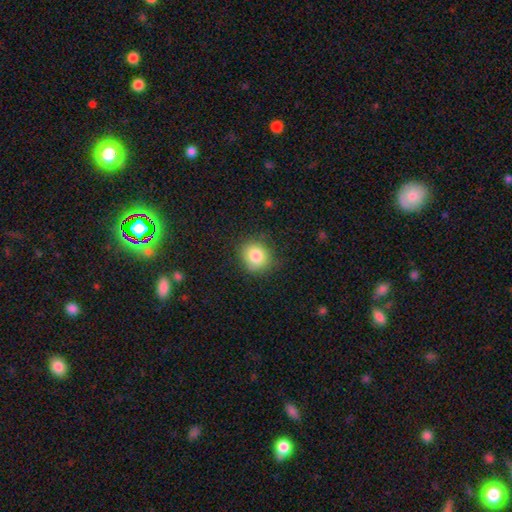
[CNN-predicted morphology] smooth-or-featured: smooth: 83% | star or artifact: 10% | featured or disk: 7%
  how-rounded: round: 79% | in between: 20% | cigar-shaped: 1%
  merging: none: 83% | minor disturbance: 13% | major disturbance: 3% | merger: 1%